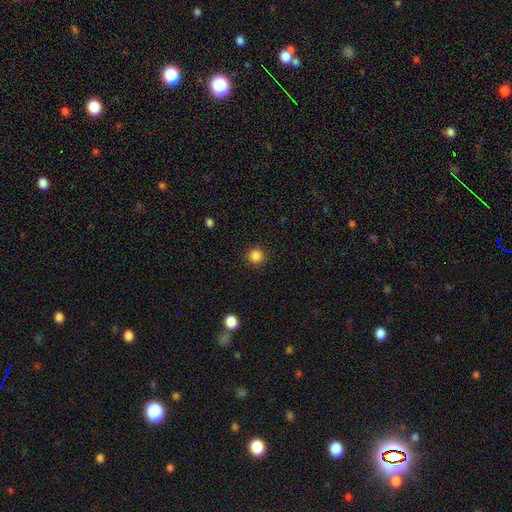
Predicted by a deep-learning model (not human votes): The model was most divided on "smooth or featured": smooth: 85%, star or artifact: 11%, featured or disk: 3%. More confident: how rounded — round (93%); merging — none (90%).